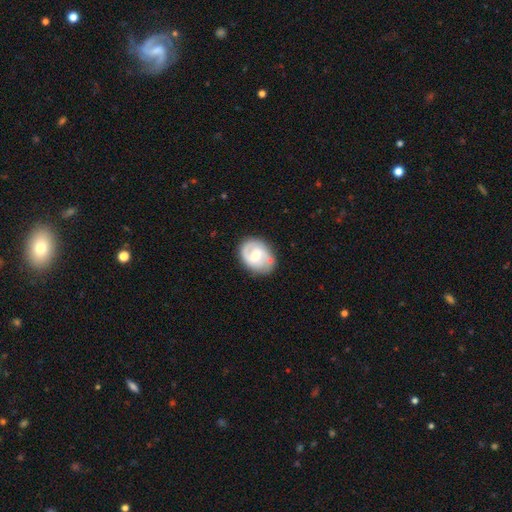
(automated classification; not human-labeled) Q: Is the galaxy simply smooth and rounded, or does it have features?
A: featured or disk — 74%.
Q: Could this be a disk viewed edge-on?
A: no — 97%.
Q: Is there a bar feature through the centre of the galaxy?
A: weak — 53%.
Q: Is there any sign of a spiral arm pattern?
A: yes — 90%.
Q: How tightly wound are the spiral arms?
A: medium — 48%.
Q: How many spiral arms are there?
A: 2 — 81%.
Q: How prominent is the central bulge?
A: moderate — 57%.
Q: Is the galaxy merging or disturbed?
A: none — 76%.